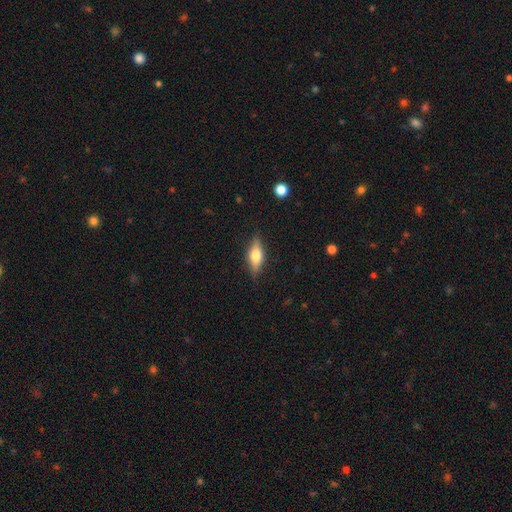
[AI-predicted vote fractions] Morphology: type=smooth (50%); merging=none (85%).